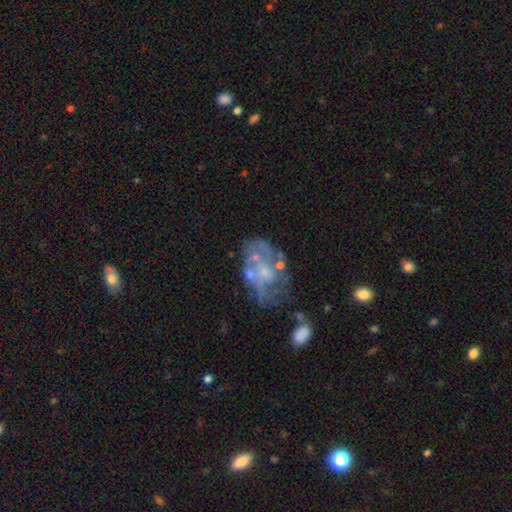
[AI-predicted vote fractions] Overall: featured or disk (70%). Edge-on disk: no (97%). Bar: no (82%). Spiral arms: no (64%; yes 36%). Bulge size: small (47%; none 31%). Merging: none (38%; major disturbance 25%).